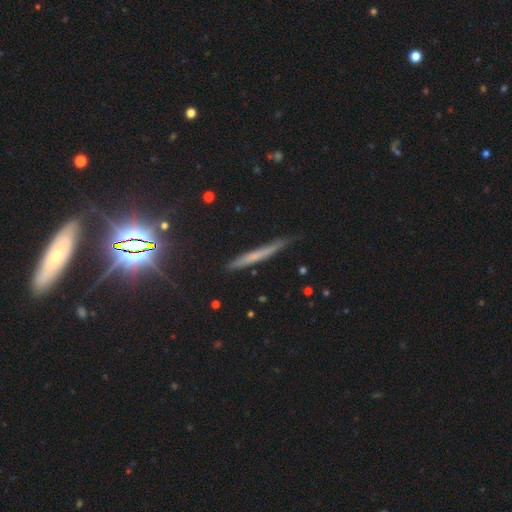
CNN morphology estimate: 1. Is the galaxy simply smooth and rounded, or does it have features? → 44% smooth, 43% featured or disk, 13% star or artifact.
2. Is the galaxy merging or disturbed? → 84% none, 13% minor disturbance, 2% major disturbance, 2% merger.